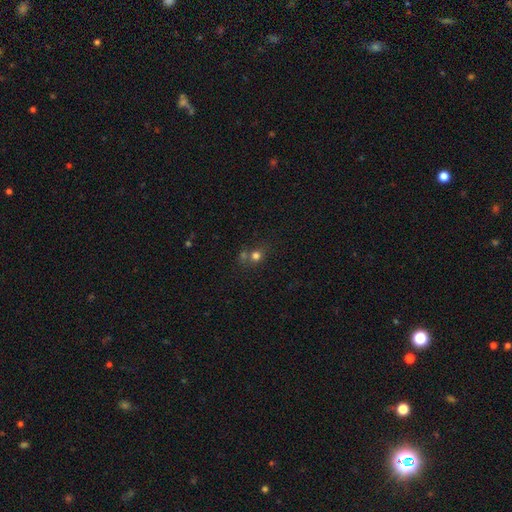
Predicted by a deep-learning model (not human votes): Morphology: type=smooth (73%); roundness=round (80%); merging=none (50%).